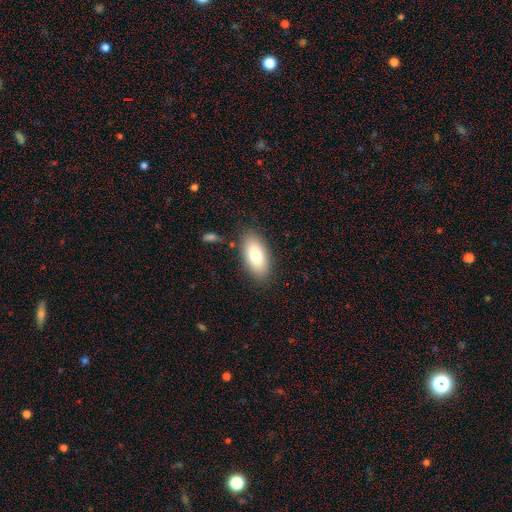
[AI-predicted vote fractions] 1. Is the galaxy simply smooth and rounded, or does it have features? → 78% smooth, 15% featured or disk, 7% star or artifact.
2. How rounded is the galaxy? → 91% in between, 6% cigar-shaped, 3% round.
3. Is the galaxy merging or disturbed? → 84% none, 11% minor disturbance, 3% major disturbance, 2% merger.